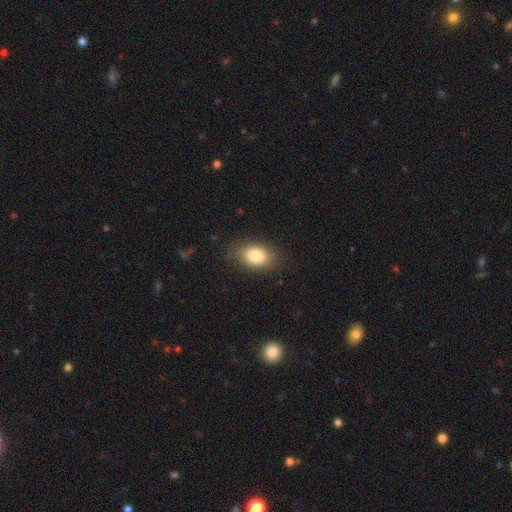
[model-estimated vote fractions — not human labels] Smooth or featured? Predicted: smooth (p=0.83). How rounded? Predicted: in between (p=0.83). Merging? Predicted: none (p=0.82).